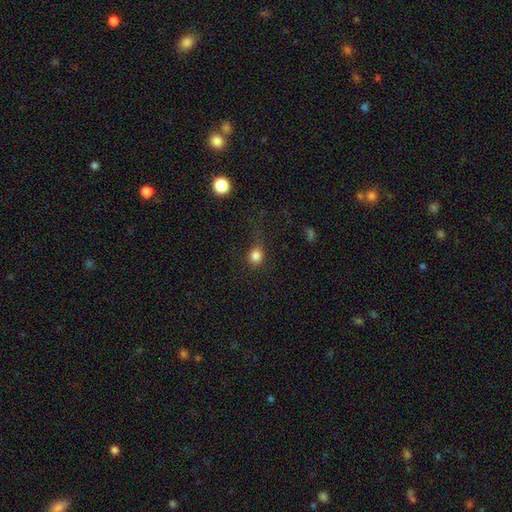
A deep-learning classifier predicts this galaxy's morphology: A smooth galaxy with no disk features (82%) that is round (74%).

Vote fractions:
- Smooth or featured? smooth: 82% / star or artifact: 12% / featured or disk: 5%
- How rounded? round: 74% / in between: 25% / cigar-shaped: 1%
- Merging? none: 64% / minor disturbance: 21% / major disturbance: 12% / merger: 3%